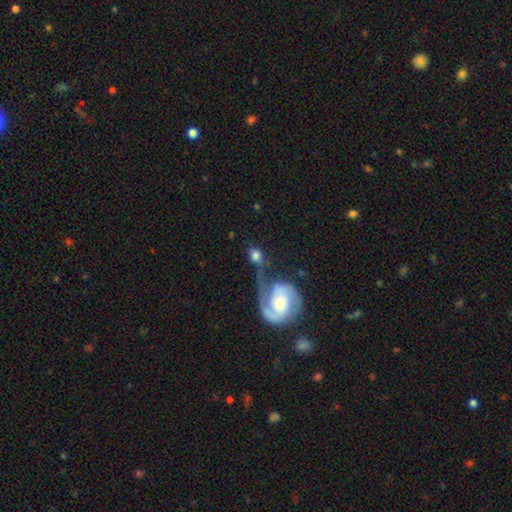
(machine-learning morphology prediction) Smooth or featured? Predicted: smooth (p=0.51). How rounded? Predicted: round (p=0.55). Merging? Predicted: merger (p=0.42).